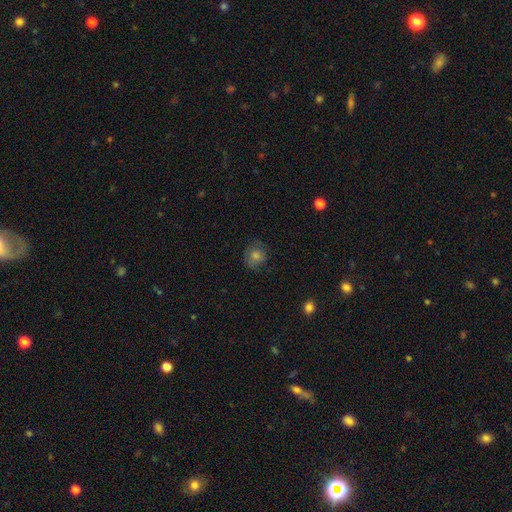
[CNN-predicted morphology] This is likely a smooth galaxy (68%). How rounded: likely round (79%). Merging: likely none (76%).